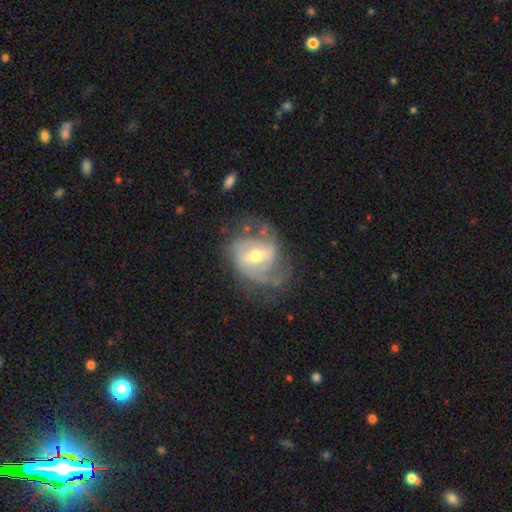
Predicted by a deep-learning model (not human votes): Smooth or featured: featured or disk — 79% (smooth — 15%)
Edge-on disk: no — 97% (yes — 3%)
Bar: weak — 49% (no — 29%)
Spiral arms: yes — 85% (no — 15%)
Spiral winding: medium — 43% (tight — 35%)
Spiral arm count: 2 — 49% (can't tell — 25%)
Bulge size: moderate — 63% (small — 31%)
Merging: none — 49% (minor disturbance — 26%)